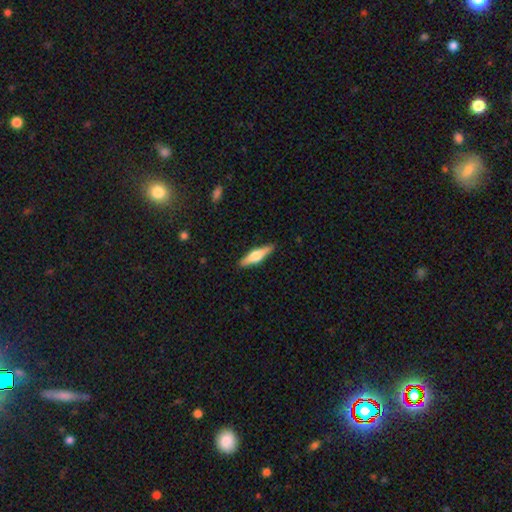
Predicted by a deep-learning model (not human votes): A featured or disk galaxy (53%) viewed edge-on (95%) with a rounded central bulge (91%).

Vote fractions:
- Smooth or featured? featured or disk: 53% / smooth: 42% / star or artifact: 6%
- Edge-on disk? yes: 95% / no: 5%
- Edge-on bulge? rounded: 91% / boxy: 6% / none: 3%
- Merging? none: 90% / minor disturbance: 7% / major disturbance: 2% / merger: 1%